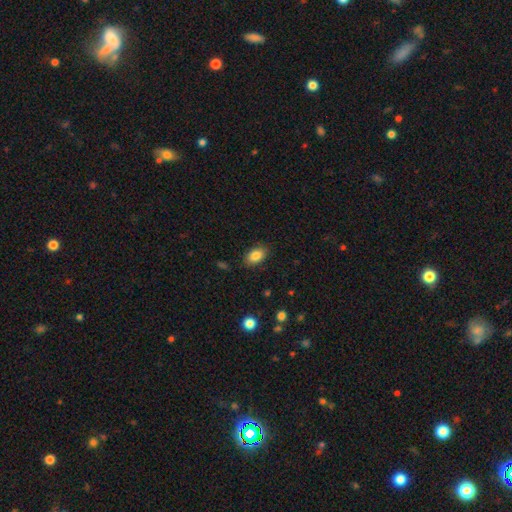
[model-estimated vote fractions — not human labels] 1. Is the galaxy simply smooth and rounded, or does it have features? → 85% smooth, 9% star or artifact, 7% featured or disk.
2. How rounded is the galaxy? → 86% in between, 12% round, 1% cigar-shaped.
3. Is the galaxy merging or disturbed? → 86% none, 10% minor disturbance, 3% major disturbance, 1% merger.